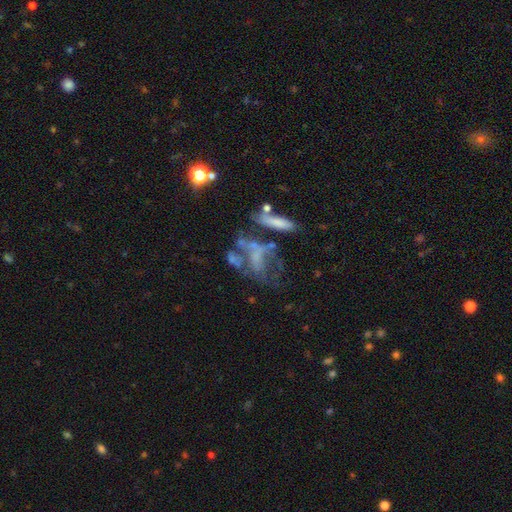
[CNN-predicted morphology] A featured or disk galaxy (55%) with no bar (82%), no spiral arms (83%) and no central bulge (69%). Merging: major disturbance (32%).